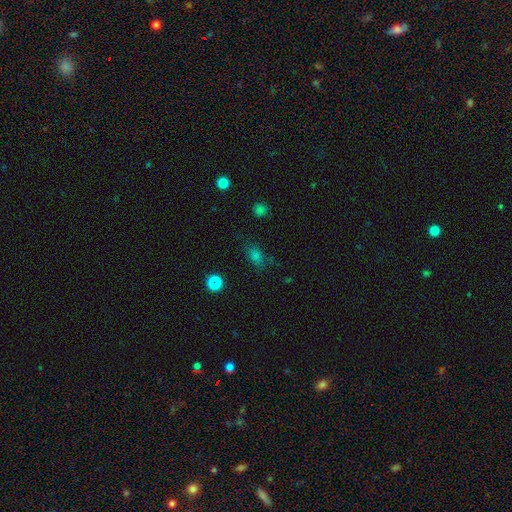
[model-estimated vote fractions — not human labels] A smooth galaxy with no disk features (67%) that is in between round and cigar-shaped (70%).

Vote fractions:
- Smooth or featured? smooth: 67% / star or artifact: 24% / featured or disk: 9%
- How rounded? in between: 70% / round: 23% / cigar-shaped: 6%
- Merging? none: 74% / minor disturbance: 17% / major disturbance: 7% / merger: 3%